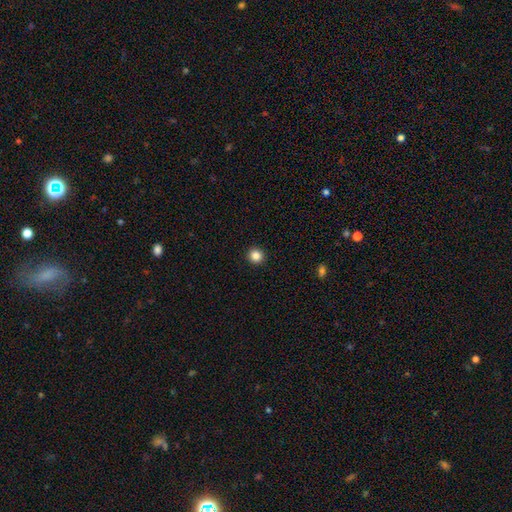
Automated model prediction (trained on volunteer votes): The model was most divided on "smooth or featured": smooth: 85%, star or artifact: 11%, featured or disk: 4%. More confident: merging — none (93%); how rounded — round (92%).